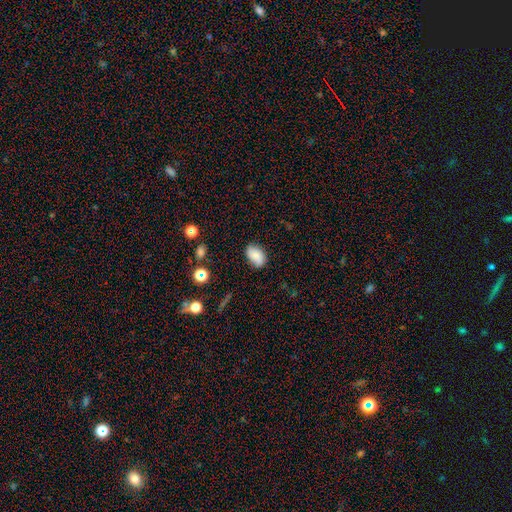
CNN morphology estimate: Smooth or featured? Predicted: smooth (p=0.79). How rounded? Predicted: in between (p=0.89). Merging? Predicted: none (p=0.76).